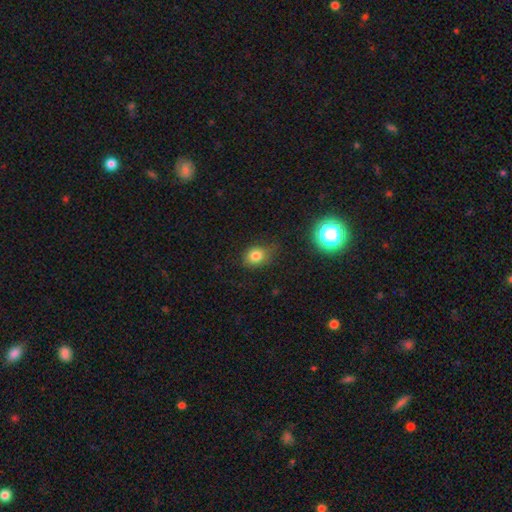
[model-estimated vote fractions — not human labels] Q: Smooth or featured?
A: smooth (79%); runner-up: star or artifact (14%)
Q: How rounded?
A: round (52%); runner-up: in between (47%)
Q: Merging?
A: none (72%); runner-up: minor disturbance (21%)